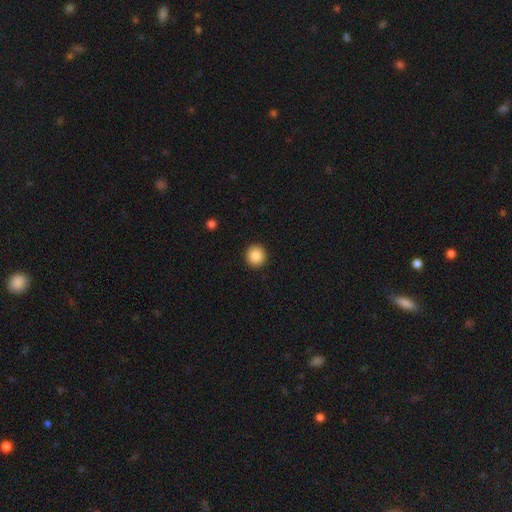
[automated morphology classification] This is clearly a smooth galaxy (87%). How rounded: clearly round (93%). Merging: clearly none (93%).